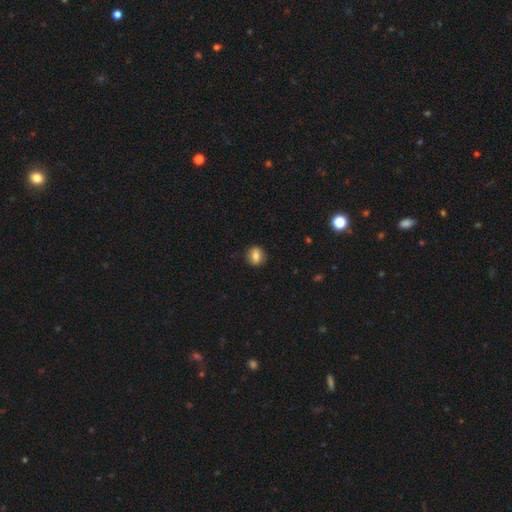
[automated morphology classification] This appears to be a smooth galaxy with no disk features (75%) that is round (65%). Merging: none (88%).